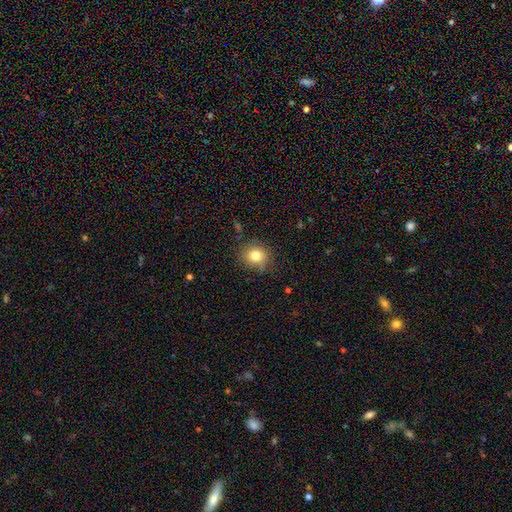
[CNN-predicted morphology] Smooth or featured? smooth (79%)
How rounded? round (86%)
Merging? none (80%)